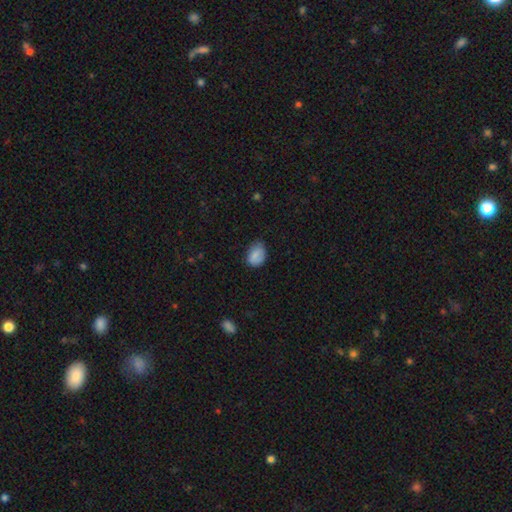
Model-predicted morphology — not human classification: Smooth or featured?
  - smooth: 83% *
  - featured or disk: 9%
  - star or artifact: 8%
How rounded?
  - in between: 73% *
  - round: 26%
  - cigar-shaped: 1%
Merging?
  - none: 61% *
  - minor disturbance: 32%
  - major disturbance: 6%
  - merger: 1%